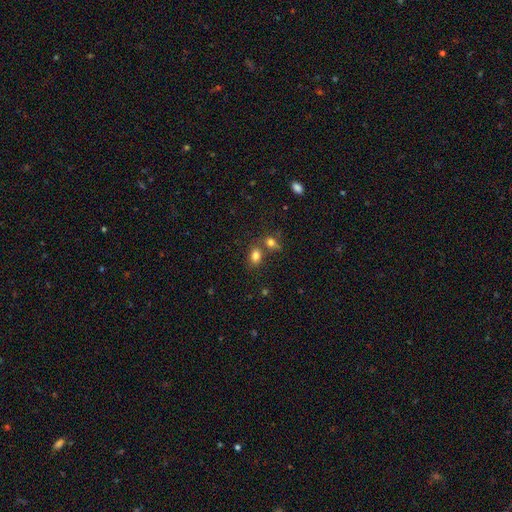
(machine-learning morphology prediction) This appears to be a smooth galaxy with no disk features (80%) that is in between round and cigar-shaped (69%). Merging: none (56%).